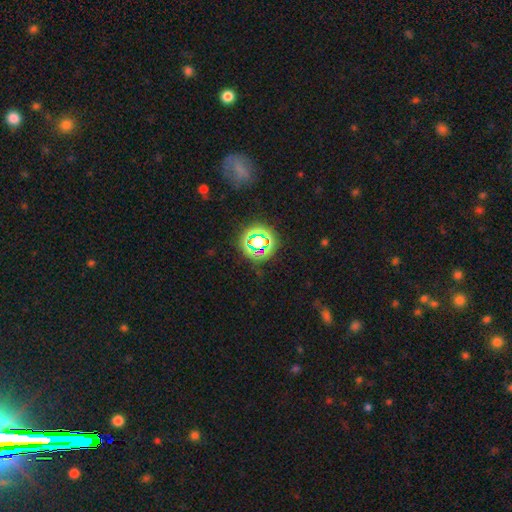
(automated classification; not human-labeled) The model was most divided on "smooth or featured": star or artifact: 71%, smooth: 20%, featured or disk: 9%.